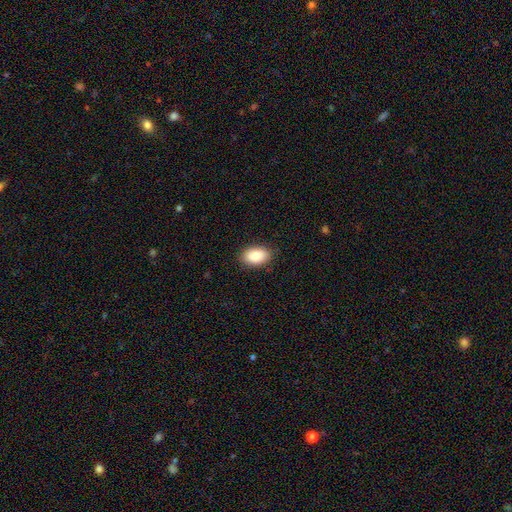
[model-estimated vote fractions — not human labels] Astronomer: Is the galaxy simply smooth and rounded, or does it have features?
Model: smooth — 86%.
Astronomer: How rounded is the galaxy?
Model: in between — 90%.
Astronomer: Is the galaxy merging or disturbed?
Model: none — 87%.